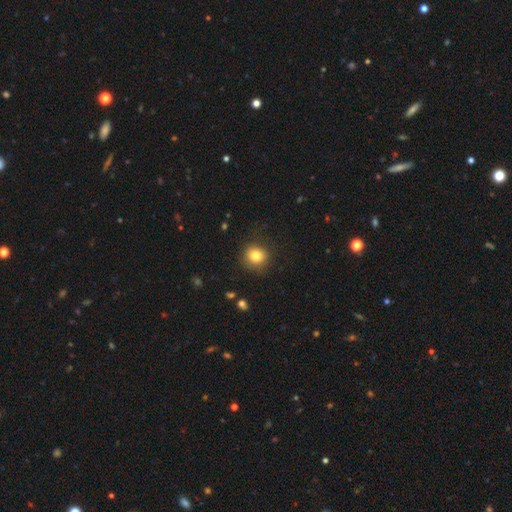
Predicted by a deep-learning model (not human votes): Smooth or featured: smooth — 82% (star or artifact — 11%)
How rounded: round — 84% (in between — 15%)
Merging: none — 84% (minor disturbance — 11%)